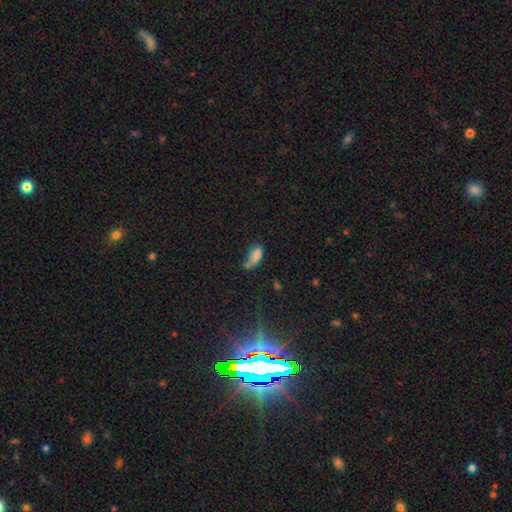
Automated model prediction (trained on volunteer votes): smooth_or_featured: smooth (p=0.75) [alt: featured or disk p=0.13]
how_rounded: in between (p=0.86) [alt: cigar-shaped p=0.10]
merging: none (p=0.34) [alt: minor disturbance p=0.29]